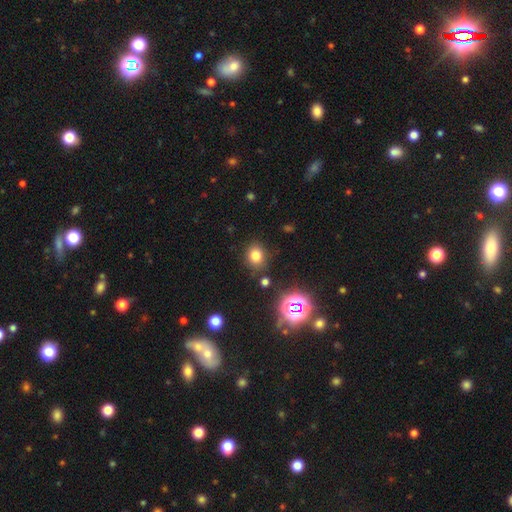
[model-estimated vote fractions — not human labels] The model was most divided on "how rounded": round: 70%, in between: 29%, cigar-shaped: 1%. More confident: merging — none (83%); smooth or featured — smooth (75%).